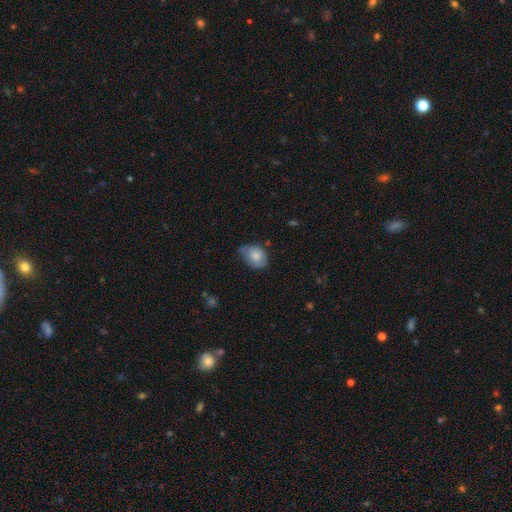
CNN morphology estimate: This is likely a smooth galaxy (78%). How rounded: likely in between (65%). Merging: possibly none (51%).